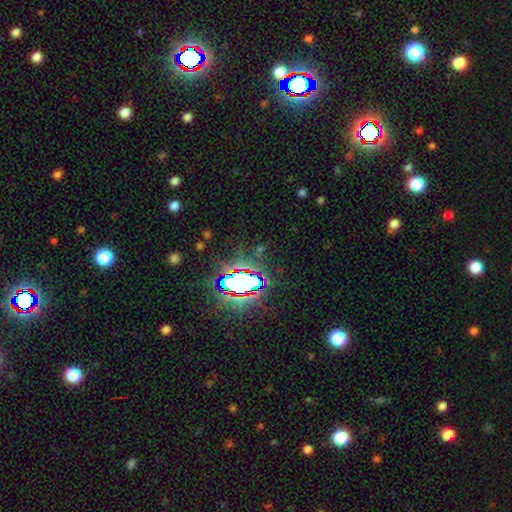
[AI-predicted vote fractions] A star or artifact, not a galaxy (77%).

Vote fractions:
- Smooth or featured? star or artifact: 77% / smooth: 14% / featured or disk: 9%